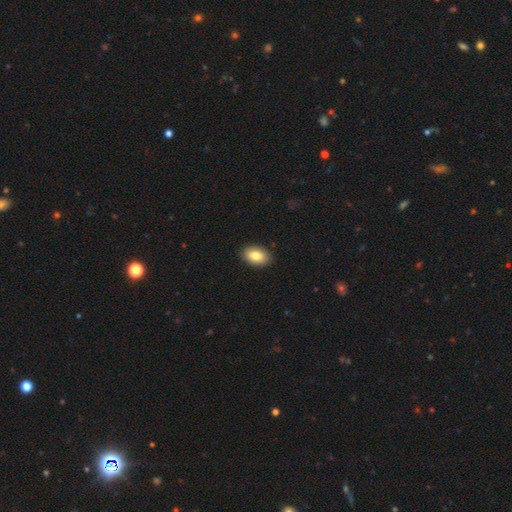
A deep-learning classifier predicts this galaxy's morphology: A smooth galaxy with no disk features (83%) that is in between round and cigar-shaped (90%).

Vote fractions:
- Smooth or featured? smooth: 83% / featured or disk: 10% / star or artifact: 7%
- How rounded? in between: 90% / round: 8% / cigar-shaped: 1%
- Merging? none: 90% / minor disturbance: 7% / major disturbance: 2% / merger: 1%